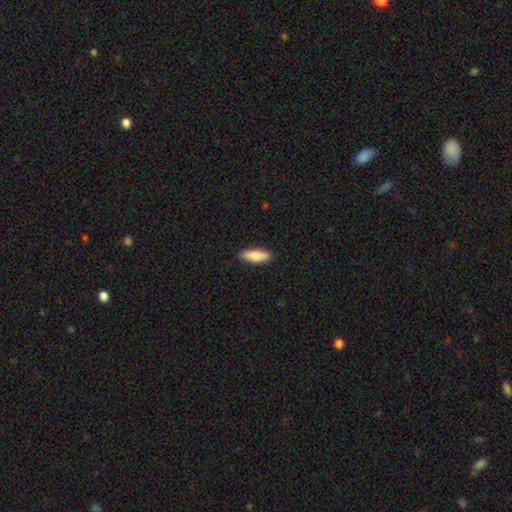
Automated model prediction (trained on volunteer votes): Q: Smooth or featured?
A: smooth (78%); runner-up: featured or disk (16%)
Q: How rounded?
A: cigar-shaped (55%); runner-up: in between (43%)
Q: Merging?
A: none (89%); runner-up: minor disturbance (8%)